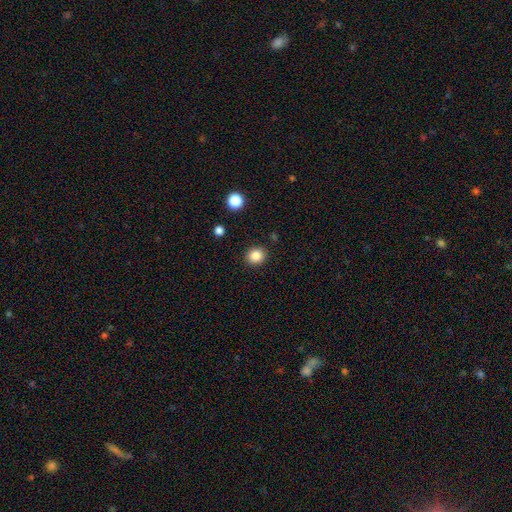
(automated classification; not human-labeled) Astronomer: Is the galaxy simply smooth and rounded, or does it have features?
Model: smooth — 85%.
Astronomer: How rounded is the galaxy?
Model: round — 80%.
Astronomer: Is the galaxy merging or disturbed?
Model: none — 89%.